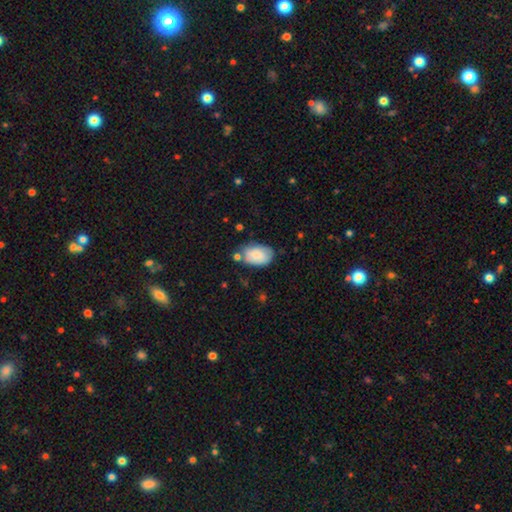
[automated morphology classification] smooth-or-featured: smooth: 81% | featured or disk: 13% | star or artifact: 7%
  how-rounded: in between: 90% | round: 9% | cigar-shaped: 1%
  merging: none: 62% | minor disturbance: 24% | merger: 8% | major disturbance: 6%